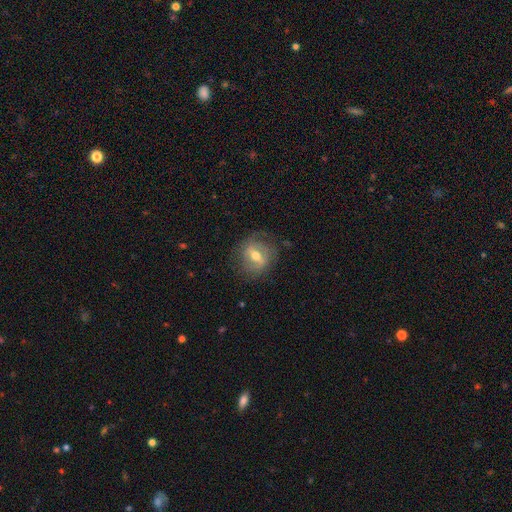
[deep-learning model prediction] Q: Smooth or featured?
A: featured or disk (64%); runner-up: smooth (27%)
Q: Edge-on disk?
A: no (85%); runner-up: yes (15%)
Q: Bar?
A: strong (50%); runner-up: weak (36%)
Q: Spiral arms?
A: yes (53%); runner-up: no (47%)
Q: Bulge size?
A: moderate (71%); runner-up: small (20%)
Q: Merging?
A: none (71%); runner-up: minor disturbance (18%)